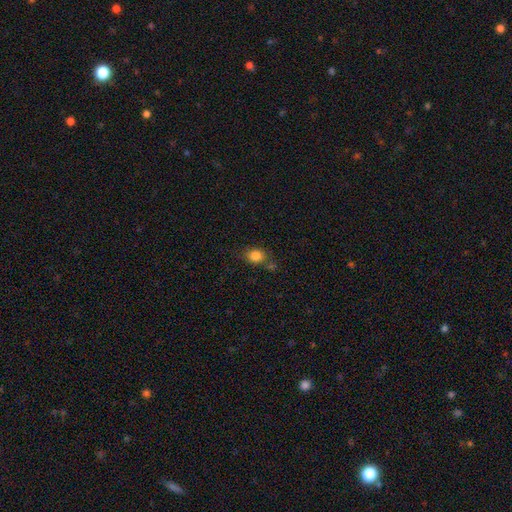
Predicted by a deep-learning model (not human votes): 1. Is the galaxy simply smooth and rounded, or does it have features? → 83% smooth, 11% star or artifact, 7% featured or disk.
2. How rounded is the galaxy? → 51% in between, 47% round, 1% cigar-shaped.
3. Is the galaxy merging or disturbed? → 64% none, 20% minor disturbance, 10% merger, 6% major disturbance.